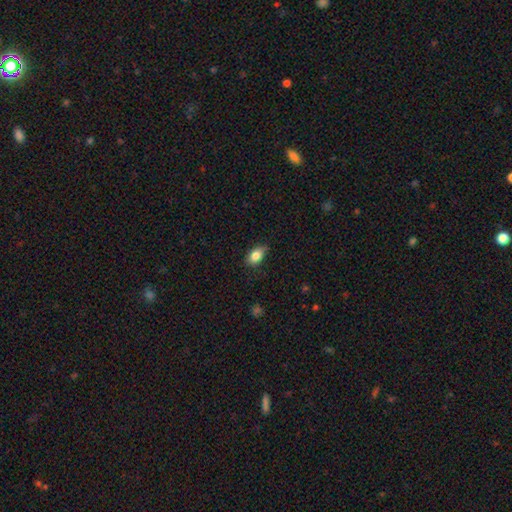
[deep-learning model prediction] Smooth or featured: smooth — 83% (featured or disk — 9%)
How rounded: in between — 86% (round — 11%)
Merging: none — 76% (minor disturbance — 20%)